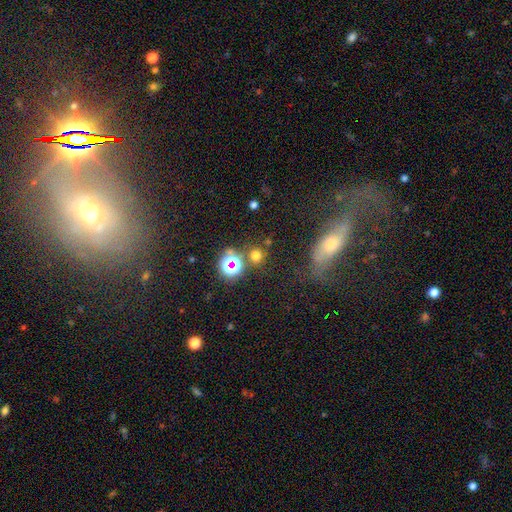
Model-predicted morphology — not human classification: Overall: smooth (66%; star or artifact 27%). How rounded: round (91%). Merging: none (79%).